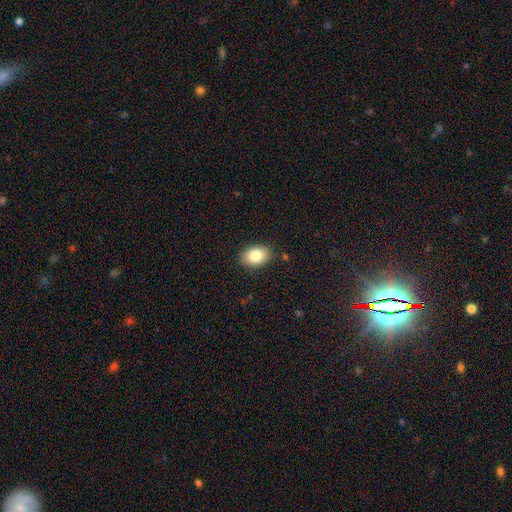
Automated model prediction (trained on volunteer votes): A smooth galaxy with no disk features (83%) that is in between round and cigar-shaped (82%).

Vote fractions:
- Smooth or featured? smooth: 83% / featured or disk: 9% / star or artifact: 8%
- How rounded? in between: 82% / round: 17% / cigar-shaped: 1%
- Merging? none: 88% / minor disturbance: 9% / major disturbance: 2% / merger: 1%